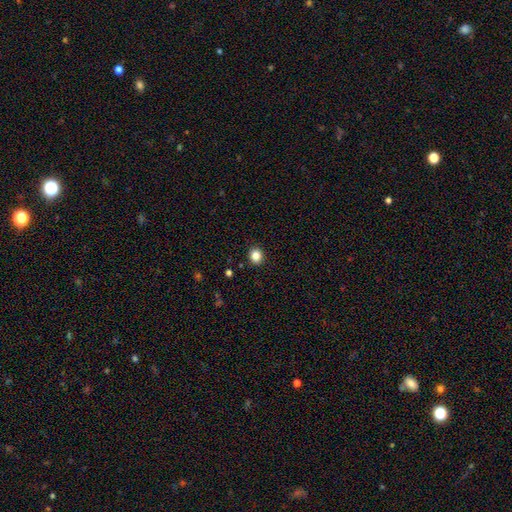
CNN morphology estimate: A smooth galaxy with no disk features (84%) that is round (78%). Merging: none (92%).